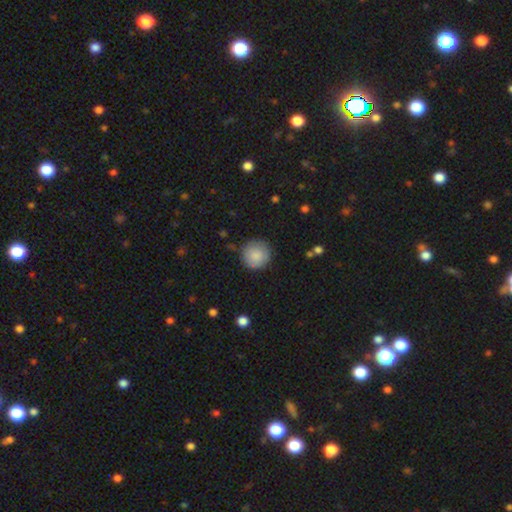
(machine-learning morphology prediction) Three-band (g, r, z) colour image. It shows a smooth galaxy with no disk features (87%) that is round (95%). Merging: none (86%).